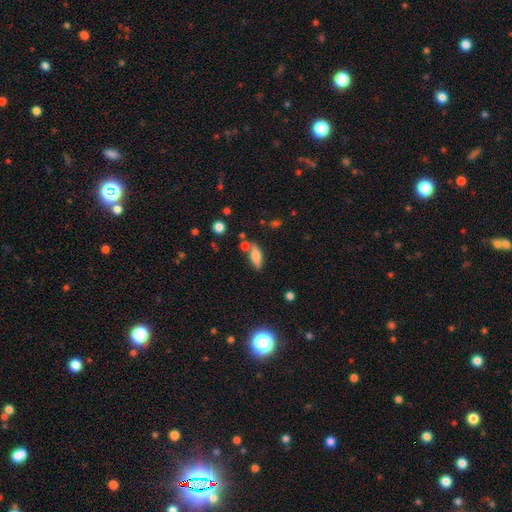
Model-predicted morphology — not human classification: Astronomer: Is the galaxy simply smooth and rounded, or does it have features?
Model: smooth — 65%.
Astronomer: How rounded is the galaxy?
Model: in between — 59% (runner-up: cigar-shaped, 38%).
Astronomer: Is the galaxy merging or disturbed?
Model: none — 70%.